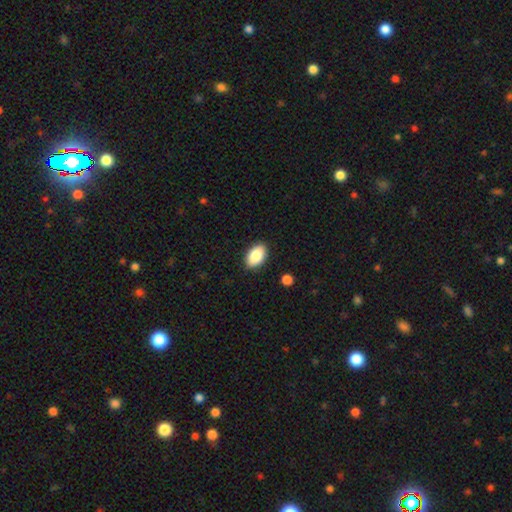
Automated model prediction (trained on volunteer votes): Smooth or featured? smooth (86%)
How rounded? in between (92%)
Merging? none (89%)